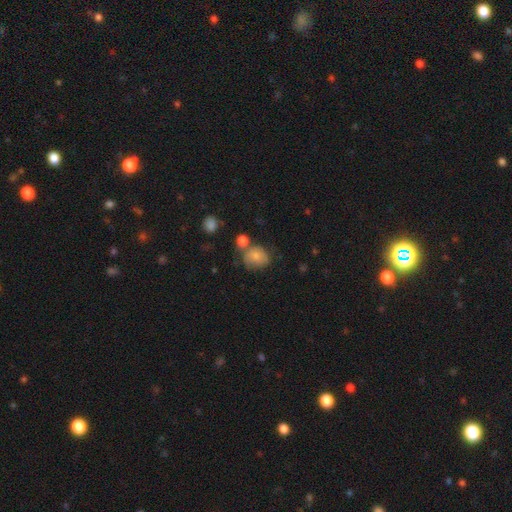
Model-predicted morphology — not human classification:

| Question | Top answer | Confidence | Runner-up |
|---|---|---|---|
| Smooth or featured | smooth | 75% | featured or disk (15%) |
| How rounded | round | 67% | in between (32%) |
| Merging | none | 48% | minor disturbance (23%) |